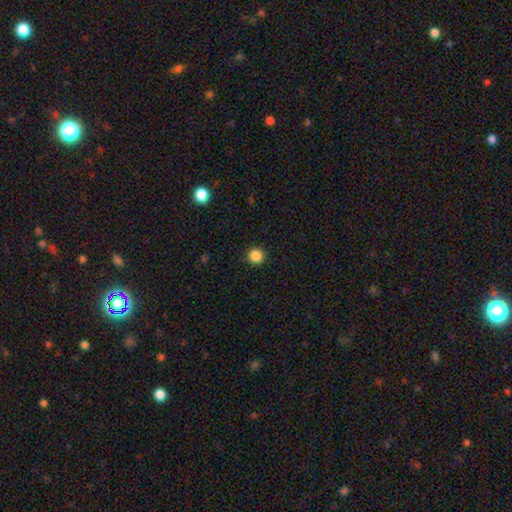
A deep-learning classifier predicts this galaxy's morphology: Smooth or featured? smooth (86%)
How rounded? round (93%)
Merging? none (92%)